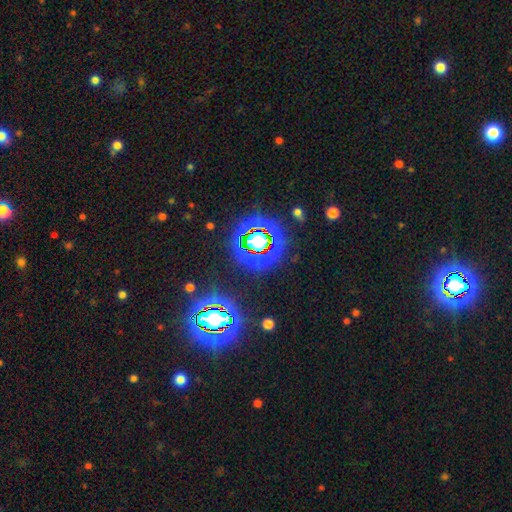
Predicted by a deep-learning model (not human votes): Smooth or featured? star or artifact (83%)